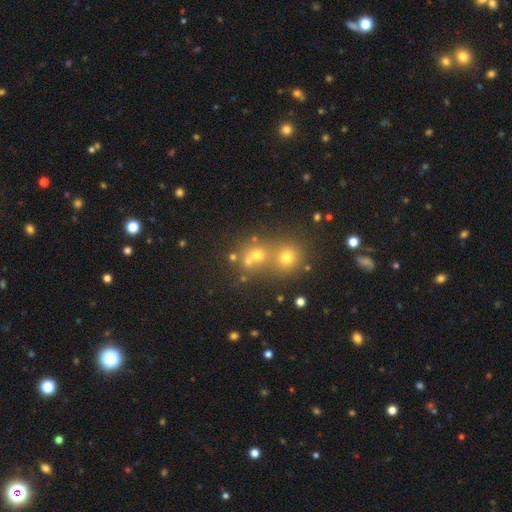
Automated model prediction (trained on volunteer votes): This appears to be a smooth galaxy with no disk features (55%) that is round (70%). Merging: merger (48%).